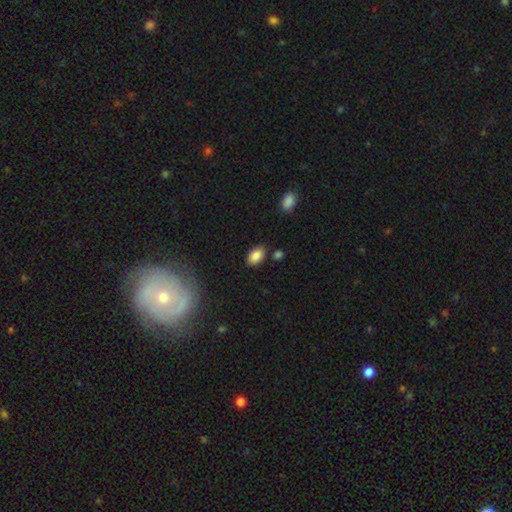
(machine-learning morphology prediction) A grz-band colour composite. It shows a smooth galaxy with no disk features (86%) that is in between round and cigar-shaped (89%). Merging: none (81%).